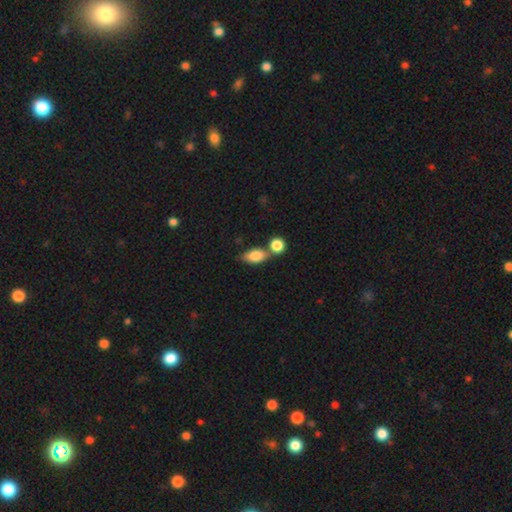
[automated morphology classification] Q: Smooth or featured?
A: smooth (82%); runner-up: featured or disk (10%)
Q: How rounded?
A: in between (84%); runner-up: round (10%)
Q: Merging?
A: none (48%); runner-up: merger (35%)